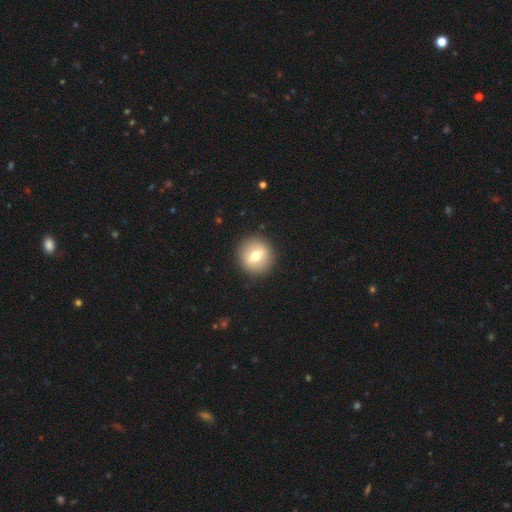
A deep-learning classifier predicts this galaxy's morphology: The model was most divided on "smooth or featured": smooth: 57%, featured or disk: 34%, star or artifact: 9%. More confident: how rounded — round (92%); merging — none (91%).